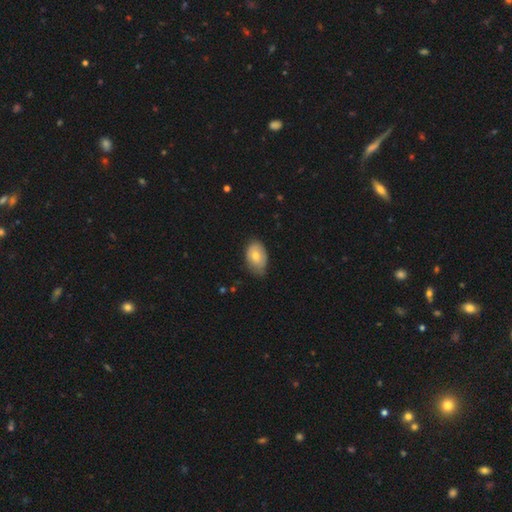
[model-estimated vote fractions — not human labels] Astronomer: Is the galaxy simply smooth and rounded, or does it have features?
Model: smooth — 73%.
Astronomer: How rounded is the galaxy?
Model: in between — 87%.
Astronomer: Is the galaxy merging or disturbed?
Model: none — 60%.